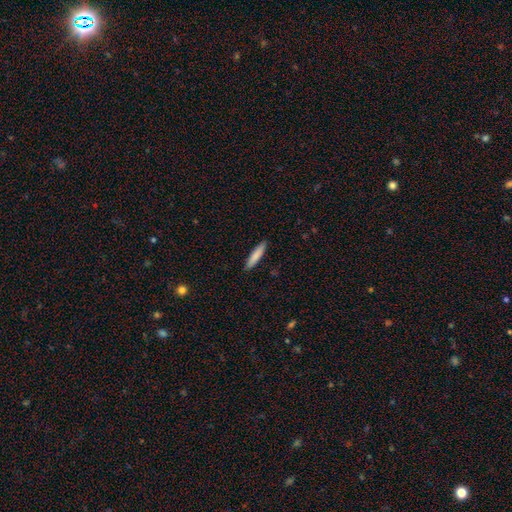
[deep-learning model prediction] The model was most divided on "how rounded": cigar-shaped: 85%, in between: 14%, round: 1%. More confident: merging — none (90%); smooth or featured — smooth (83%).